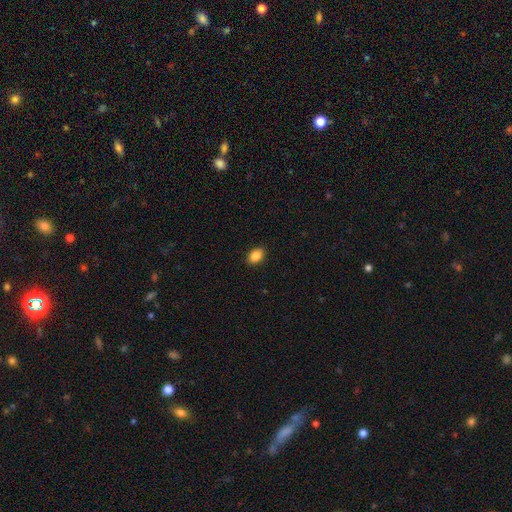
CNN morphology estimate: Smooth or featured?
  - smooth: 87% *
  - star or artifact: 8%
  - featured or disk: 5%
How rounded?
  - in between: 83% *
  - round: 16%
  - cigar-shaped: 1%
Merging?
  - none: 90% *
  - minor disturbance: 8%
  - major disturbance: 2%
  - merger: 1%